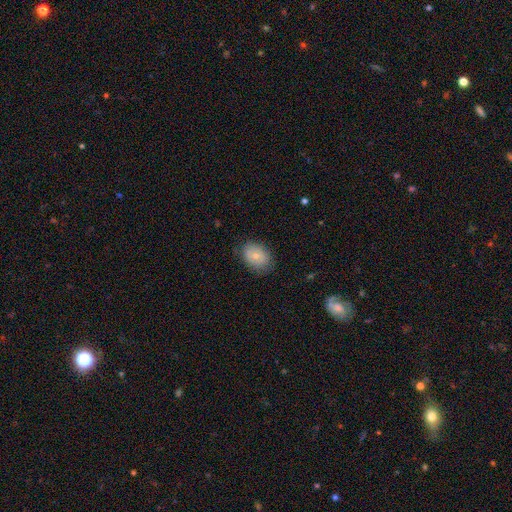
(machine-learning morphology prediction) smooth_or_featured: smooth (p=0.71) [alt: featured or disk p=0.21]
how_rounded: in between (p=0.70) [alt: round p=0.29]
merging: none (p=0.77) [alt: minor disturbance p=0.17]